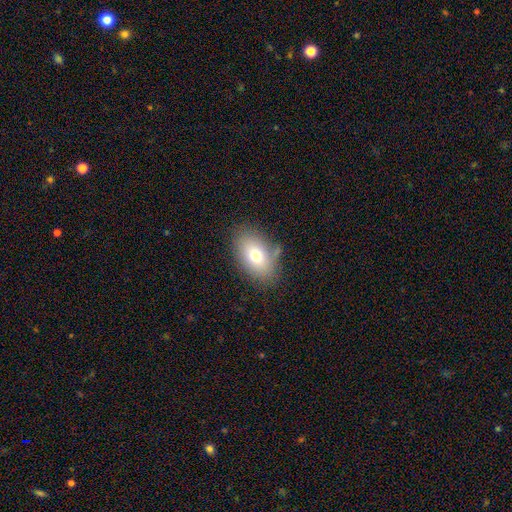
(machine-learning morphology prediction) The model was most divided on "smooth or featured": smooth: 72%, featured or disk: 17%, star or artifact: 10%. More confident: how rounded — in between (88%); merging — none (76%).